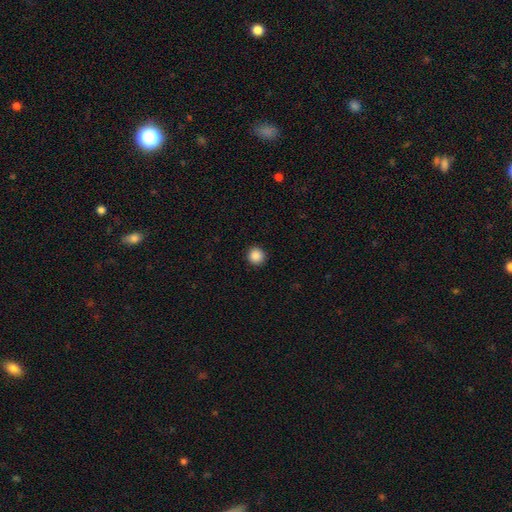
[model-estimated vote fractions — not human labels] The model was most divided on "smooth or featured": smooth: 88%, star or artifact: 10%, featured or disk: 3%. More confident: how rounded — round (95%); merging — none (93%).